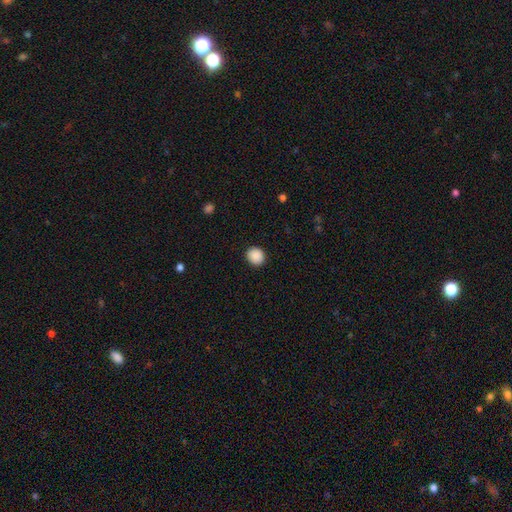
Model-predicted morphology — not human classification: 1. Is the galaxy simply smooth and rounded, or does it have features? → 90% smooth, 8% star or artifact, 2% featured or disk.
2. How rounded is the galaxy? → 79% round, 20% in between, 1% cigar-shaped.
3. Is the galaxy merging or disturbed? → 91% none, 6% minor disturbance, 2% major disturbance, 1% merger.